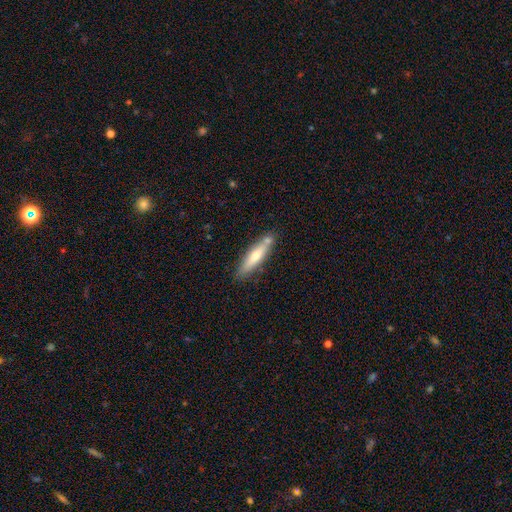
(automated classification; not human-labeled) This appears to be a smooth galaxy with no disk features (58%) that is cigar-shaped (81%). Merging: none (76%).